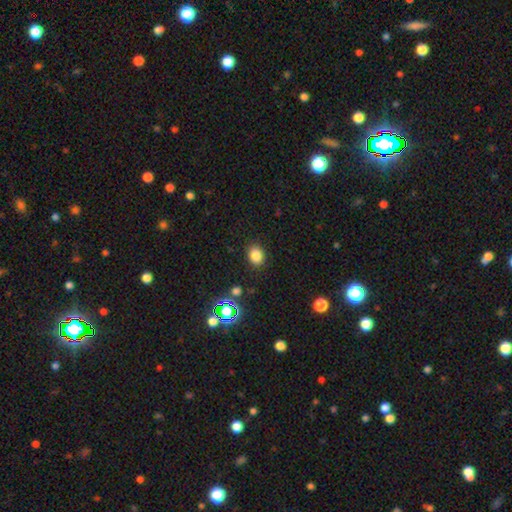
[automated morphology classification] The model was most divided on "how rounded": in between: 53%, round: 46%, cigar-shaped: 1%. More confident: merging — none (87%); smooth or featured — smooth (81%).